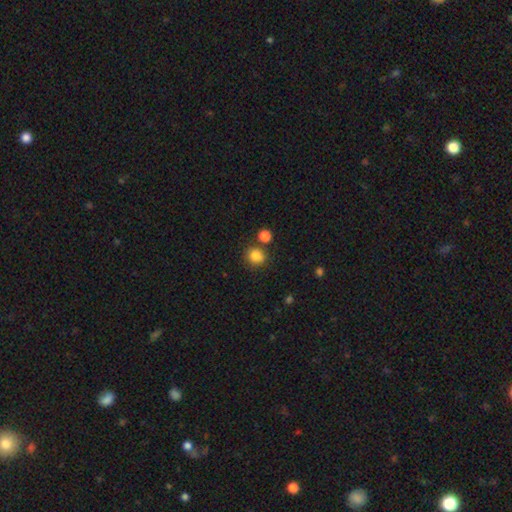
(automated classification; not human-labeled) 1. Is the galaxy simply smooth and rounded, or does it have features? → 84% smooth, 11% star or artifact, 5% featured or disk.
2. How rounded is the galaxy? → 85% round, 14% in between, 1% cigar-shaped.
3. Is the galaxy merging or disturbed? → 75% none, 12% merger, 10% minor disturbance, 3% major disturbance.